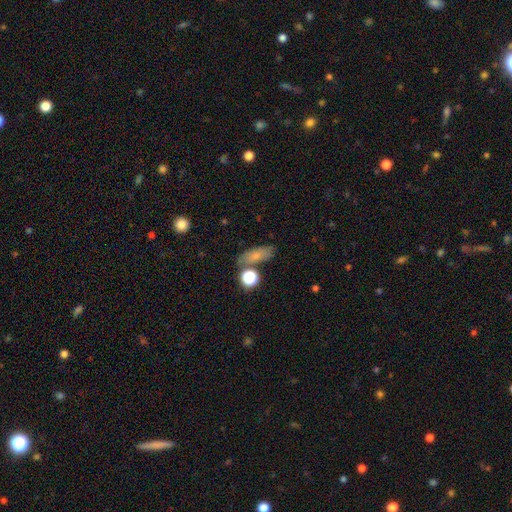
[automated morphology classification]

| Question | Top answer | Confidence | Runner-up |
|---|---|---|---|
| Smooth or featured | smooth | 73% | featured or disk (15%) |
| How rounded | in between | 68% | cigar-shaped (20%) |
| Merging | none | 66% | minor disturbance (16%) |